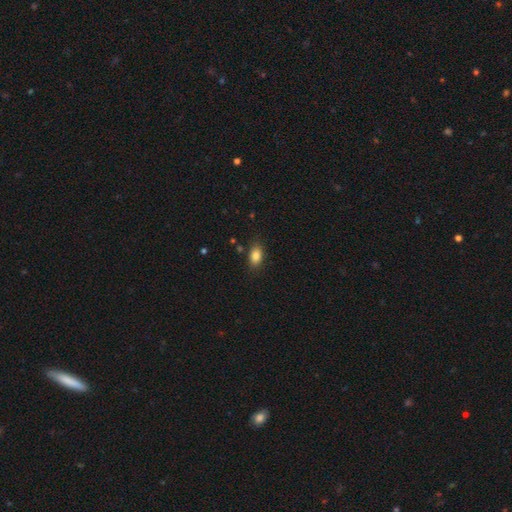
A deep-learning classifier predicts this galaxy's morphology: A smooth galaxy with no disk features (85%) that is in between round and cigar-shaped (86%).

Vote fractions:
- Smooth or featured? smooth: 85% / star or artifact: 9% / featured or disk: 6%
- How rounded? in between: 86% / round: 11% / cigar-shaped: 3%
- Merging? none: 83% / minor disturbance: 12% / major disturbance: 3% / merger: 2%